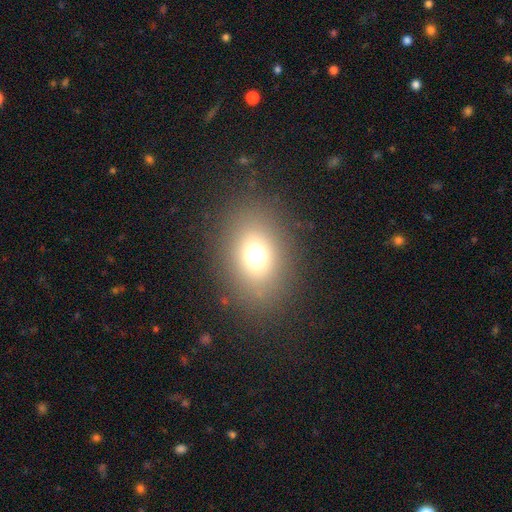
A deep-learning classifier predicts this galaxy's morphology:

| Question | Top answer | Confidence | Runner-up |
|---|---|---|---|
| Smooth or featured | smooth | 69% | star or artifact (20%) |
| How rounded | in between | 60% | round (39%) |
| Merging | none | 85% | minor disturbance (8%) |